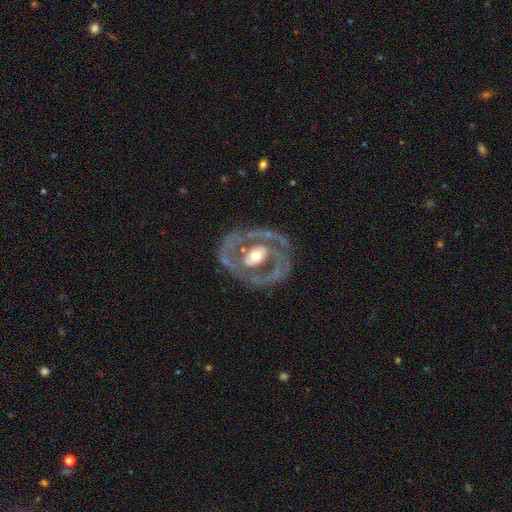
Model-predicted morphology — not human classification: This is likely a featured or disk galaxy (78%). It is clearly not viewed edge-on (96%). Bar: possibly no (53%). Spiral arm pattern: possibly yes (52%). Central bulge: likely moderate (68%). Merging: likely none (69%).